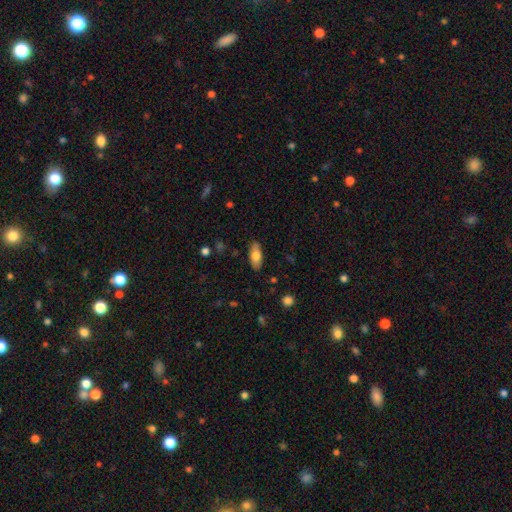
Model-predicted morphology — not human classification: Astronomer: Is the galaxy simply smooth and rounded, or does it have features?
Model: smooth — 76%.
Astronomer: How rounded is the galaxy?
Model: in between — 82%.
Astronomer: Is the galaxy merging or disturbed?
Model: none — 86%.